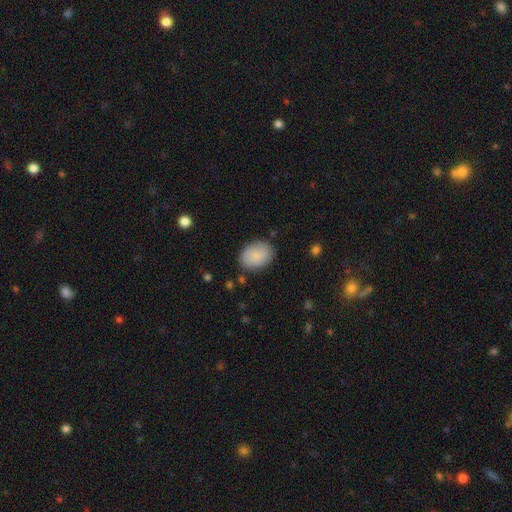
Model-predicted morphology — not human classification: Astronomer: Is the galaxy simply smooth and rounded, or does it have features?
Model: smooth — 85%.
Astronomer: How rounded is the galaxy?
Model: in between — 72%.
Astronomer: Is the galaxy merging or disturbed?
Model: none — 83%.